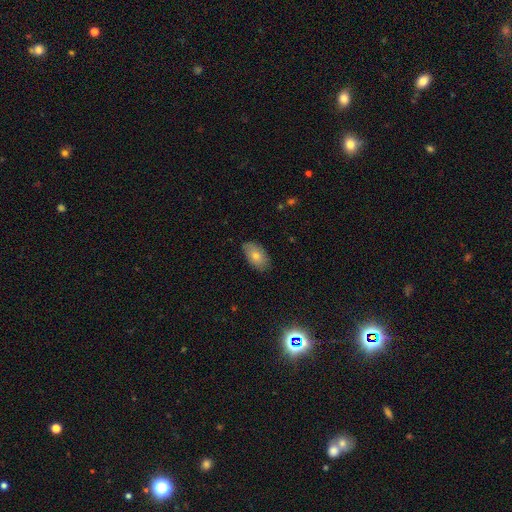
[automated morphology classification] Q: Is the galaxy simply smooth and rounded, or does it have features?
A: smooth — 64%.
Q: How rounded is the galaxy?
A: in between — 91%.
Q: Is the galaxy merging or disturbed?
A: none — 81%.